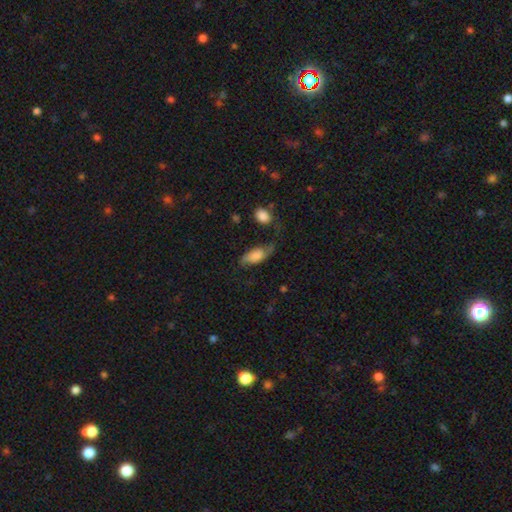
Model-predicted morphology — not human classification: smooth_or_featured: smooth (p=0.53) [alt: featured or disk p=0.39]
how_rounded: in between (p=0.86) [alt: cigar-shaped p=0.10]
merging: none (p=0.44) [alt: minor disturbance p=0.27]